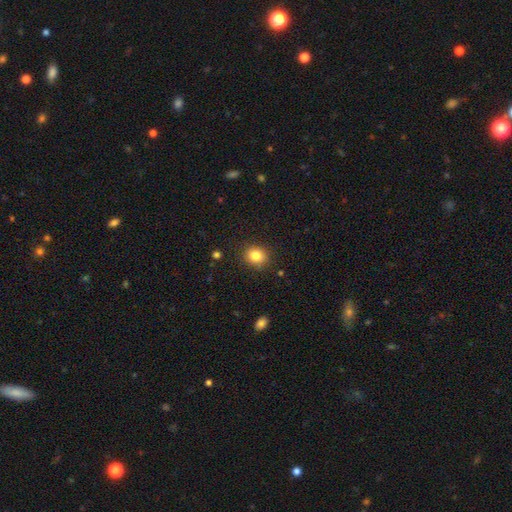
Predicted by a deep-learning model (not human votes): This is clearly a smooth galaxy (83%). How rounded: likely round (67%). Merging: clearly none (86%).